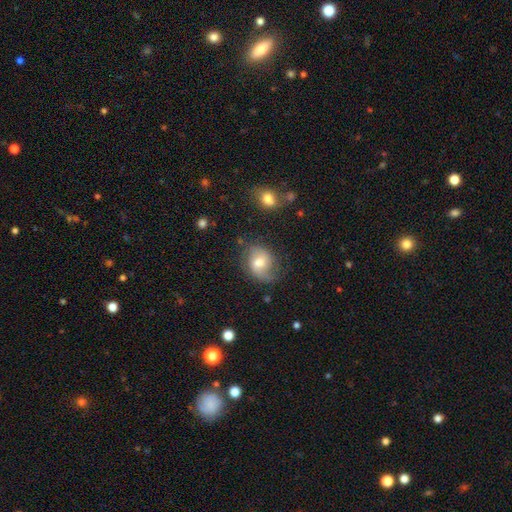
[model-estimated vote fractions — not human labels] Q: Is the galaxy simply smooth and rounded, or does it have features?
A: featured or disk — 55%.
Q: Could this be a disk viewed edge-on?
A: no — 96%.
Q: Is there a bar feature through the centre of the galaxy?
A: no — 51%.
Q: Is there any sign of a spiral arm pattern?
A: yes — 87%.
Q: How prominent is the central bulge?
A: moderate — 63%.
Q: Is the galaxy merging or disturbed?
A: none — 71%.